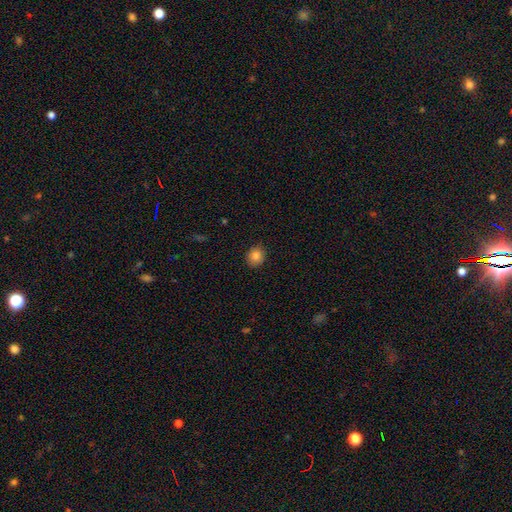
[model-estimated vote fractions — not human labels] Smooth or featured?
  - smooth: 83% *
  - star or artifact: 10%
  - featured or disk: 6%
How rounded?
  - round: 78% *
  - in between: 21%
  - cigar-shaped: 1%
Merging?
  - none: 88% *
  - minor disturbance: 9%
  - major disturbance: 2%
  - merger: 1%